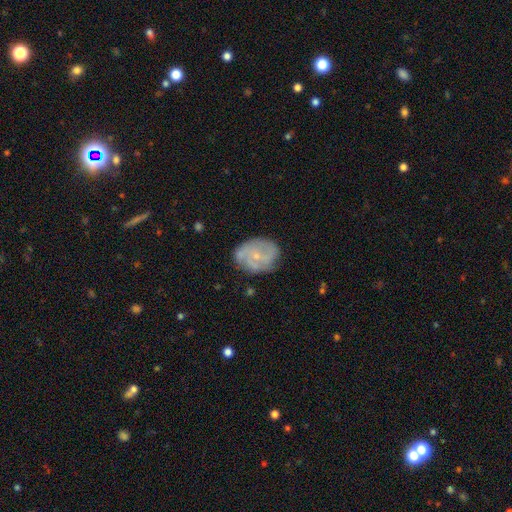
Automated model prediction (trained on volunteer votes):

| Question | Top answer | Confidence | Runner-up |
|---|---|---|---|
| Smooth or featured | featured or disk | 66% | smooth (27%) |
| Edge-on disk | no | 97% | yes (3%) |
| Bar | no | 74% | weak (23%) |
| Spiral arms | yes | 77% | no (23%) |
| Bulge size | small | 77% | moderate (18%) |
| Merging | none | 67% | minor disturbance (23%) |